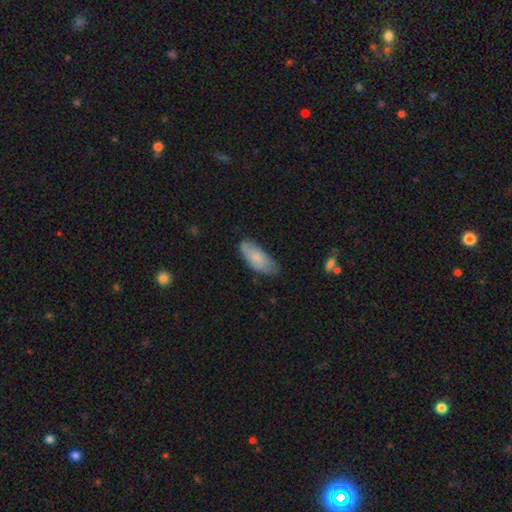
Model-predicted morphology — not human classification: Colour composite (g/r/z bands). It shows a smooth galaxy with no disk features (76%) that is in between round and cigar-shaped (84%). Merging: none (63%).